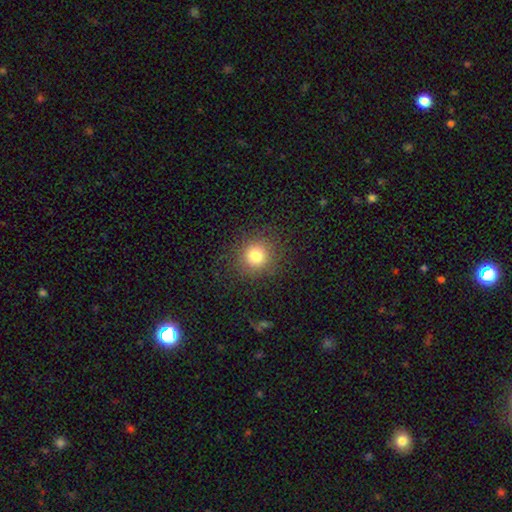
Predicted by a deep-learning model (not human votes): This is likely a smooth galaxy (79%). How rounded: clearly round (90%). Merging: clearly none (87%).